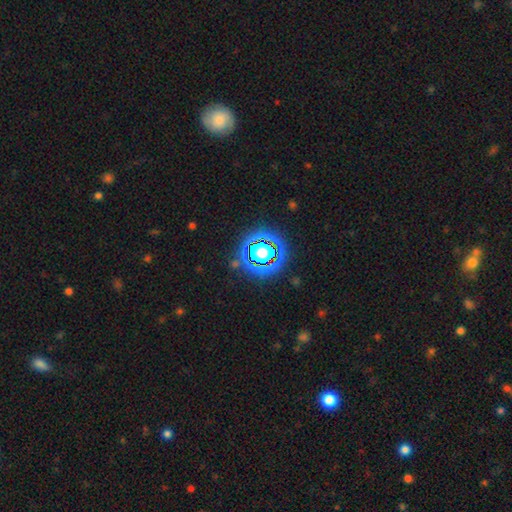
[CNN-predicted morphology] star or artifact 80%, smooth 12%, featured or disk 9%.